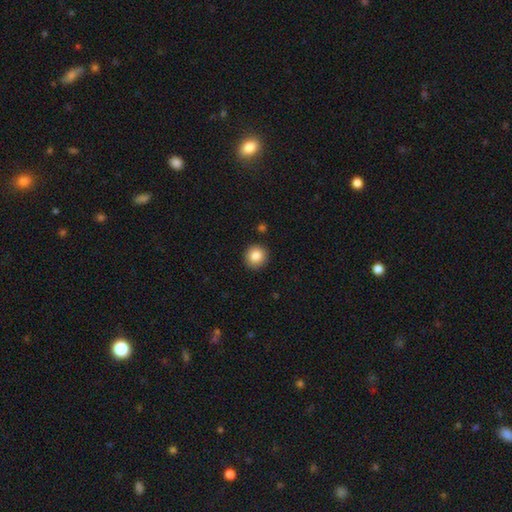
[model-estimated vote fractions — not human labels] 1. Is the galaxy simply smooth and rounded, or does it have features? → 85% smooth, 9% star or artifact, 6% featured or disk.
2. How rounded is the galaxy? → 93% round, 6% in between, 1% cigar-shaped.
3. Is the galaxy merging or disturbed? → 91% none, 6% minor disturbance, 2% major disturbance, 2% merger.